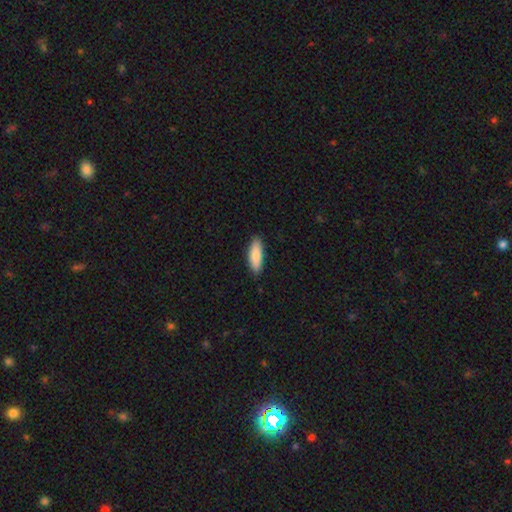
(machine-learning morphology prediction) Smooth or featured? Predicted: smooth (p=0.87). How rounded? Predicted: in between (p=0.55). Merging? Predicted: none (p=0.88).